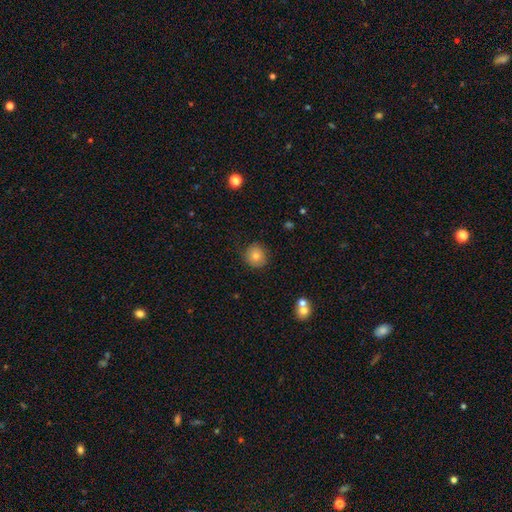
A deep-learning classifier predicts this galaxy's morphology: Smooth or featured?
  - smooth: 75% *
  - featured or disk: 14%
  - star or artifact: 11%
How rounded?
  - round: 89% *
  - in between: 10%
  - cigar-shaped: 1%
Merging?
  - none: 84% *
  - minor disturbance: 11%
  - major disturbance: 3%
  - merger: 2%